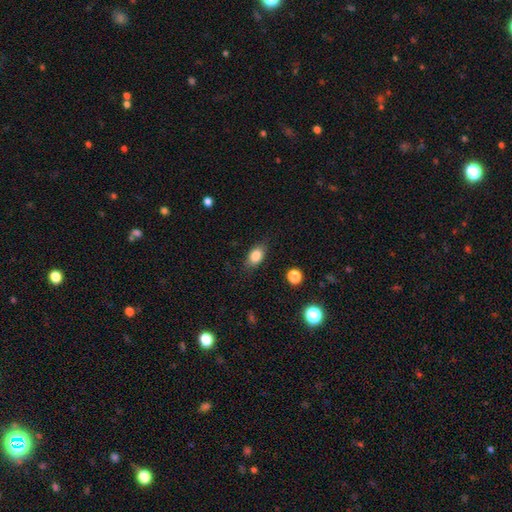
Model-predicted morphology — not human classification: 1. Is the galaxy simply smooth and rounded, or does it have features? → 83% smooth, 9% star or artifact, 8% featured or disk.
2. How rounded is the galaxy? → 83% in between, 14% round, 3% cigar-shaped.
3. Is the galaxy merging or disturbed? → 80% none, 15% minor disturbance, 4% major disturbance, 1% merger.